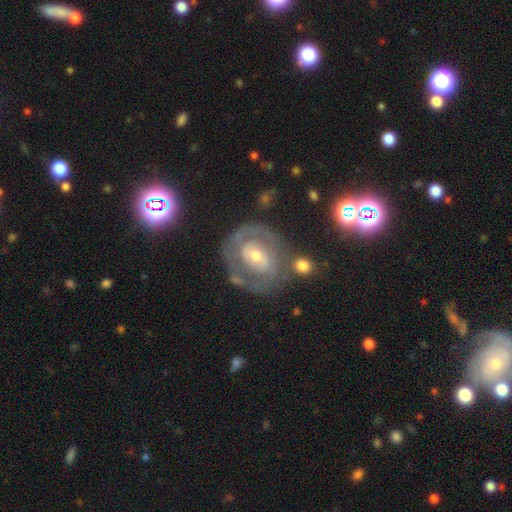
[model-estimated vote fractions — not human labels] Overall: featured or disk (73%). Edge-on disk: no (96%). Bar: no (62%; weak 27%). Spiral arms: yes (54%; no 46%). Bulge size: moderate (50%; small 43%). Merging: none (67%).